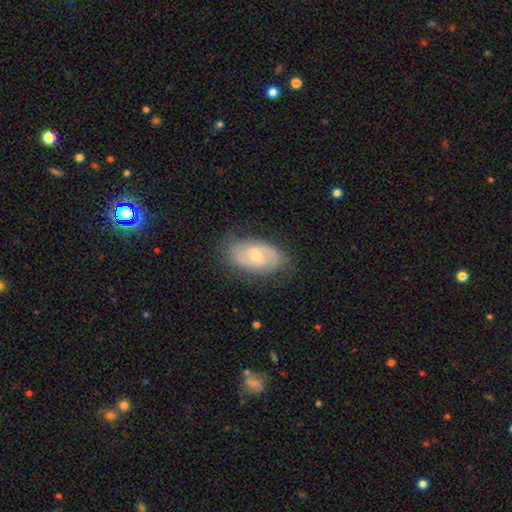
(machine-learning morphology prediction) Smooth or featured? Predicted: featured or disk (p=0.59). Edge-on disk? Predicted: no (p=0.94). Bar? Predicted: no (p=0.60). Spiral arms? Predicted: yes (p=0.76). Bulge size? Predicted: moderate (p=0.49). Merging? Predicted: none (p=0.78).